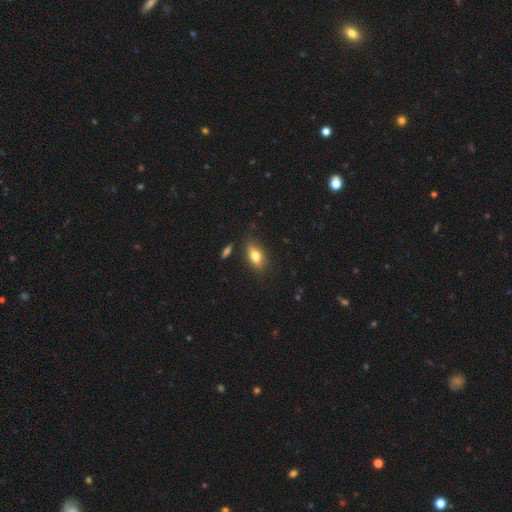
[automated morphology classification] smooth 66%, featured or disk 25%, star or artifact 8%. Down the decision tree: how rounded — in between (78%); merging — none (83%).